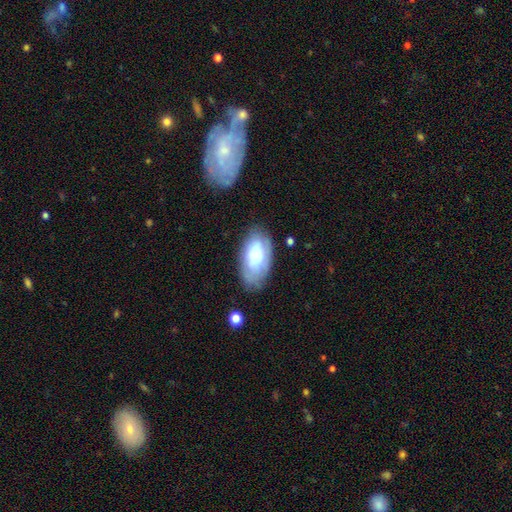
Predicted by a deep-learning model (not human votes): This appears to be a smooth galaxy with no disk features (65%) that is in between round and cigar-shaped (95%). Merging: none (69%).